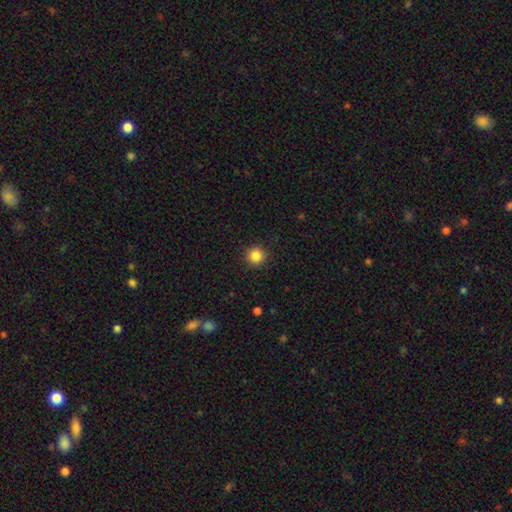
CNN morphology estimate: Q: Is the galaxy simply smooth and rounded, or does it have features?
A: smooth — 85%.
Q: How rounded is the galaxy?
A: round — 95%.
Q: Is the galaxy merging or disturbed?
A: none — 92%.